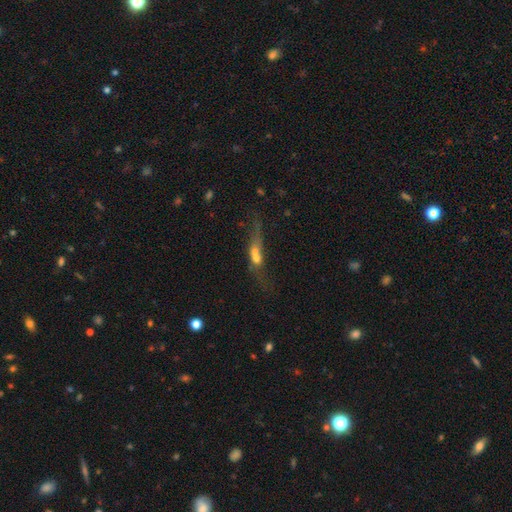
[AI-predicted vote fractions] Overall: smooth (47%; featured or disk 40%). Merging: merger (62%).